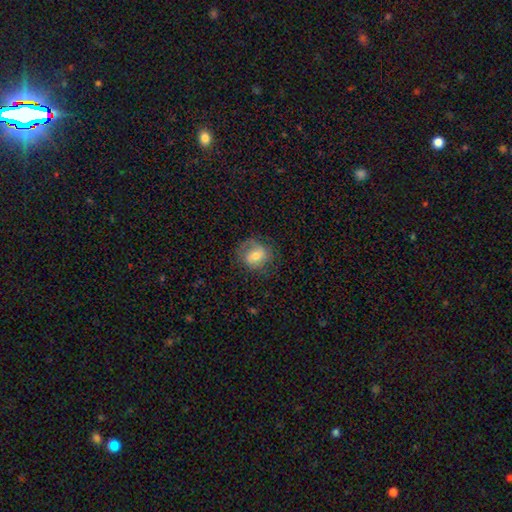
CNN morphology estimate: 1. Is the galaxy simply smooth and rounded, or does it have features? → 49% smooth, 42% featured or disk, 9% star or artifact.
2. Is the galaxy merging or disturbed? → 69% none, 19% minor disturbance, 11% major disturbance, 1% merger.